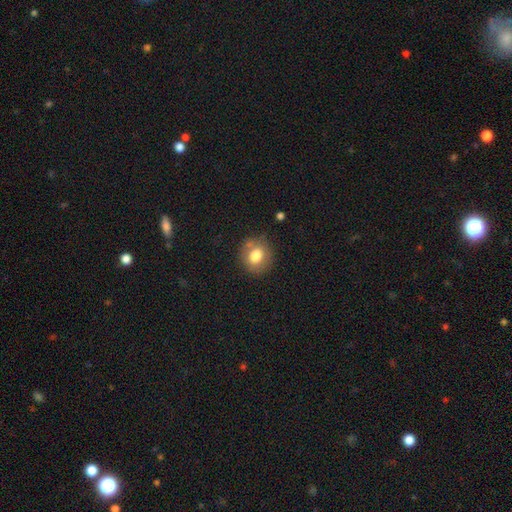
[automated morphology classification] A smooth galaxy with no disk features (77%) that is round (77%).

Vote fractions:
- Smooth or featured? smooth: 77% / featured or disk: 14% / star or artifact: 10%
- How rounded? round: 77% / in between: 22% / cigar-shaped: 1%
- Merging? none: 76% / minor disturbance: 14% / merger: 6% / major disturbance: 4%